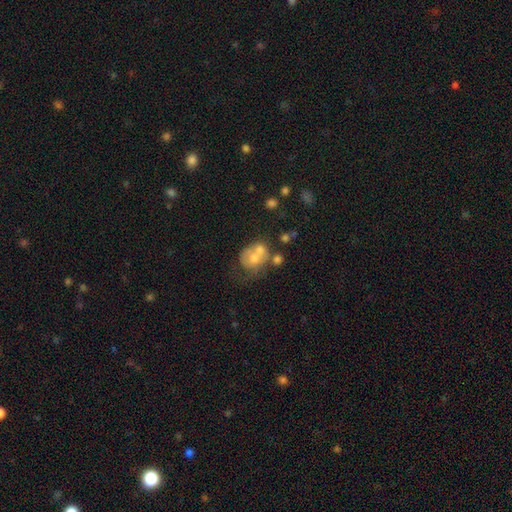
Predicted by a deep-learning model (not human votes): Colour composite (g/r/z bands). It shows a smooth galaxy with no disk features (57%) that is round (56%). Merging: merger (50%).